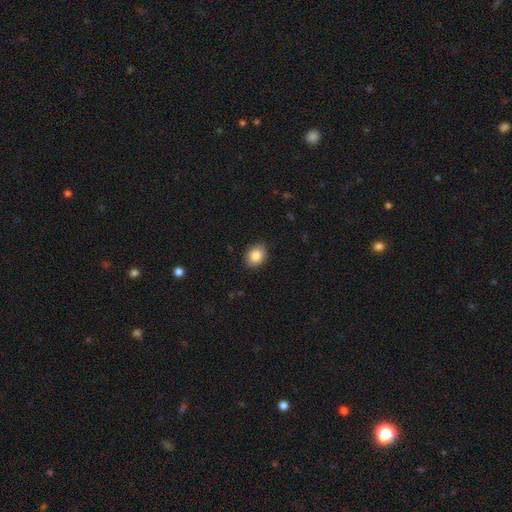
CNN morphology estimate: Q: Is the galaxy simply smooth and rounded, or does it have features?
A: smooth — 85%.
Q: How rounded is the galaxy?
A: in between — 51%.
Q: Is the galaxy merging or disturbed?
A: none — 88%.